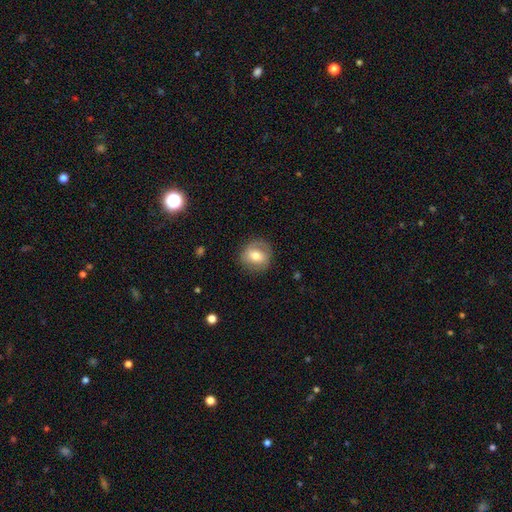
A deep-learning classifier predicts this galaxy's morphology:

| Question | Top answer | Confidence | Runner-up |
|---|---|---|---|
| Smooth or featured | smooth | 60% | featured or disk (32%) |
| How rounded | round | 81% | in between (18%) |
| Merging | none | 80% | minor disturbance (13%) |